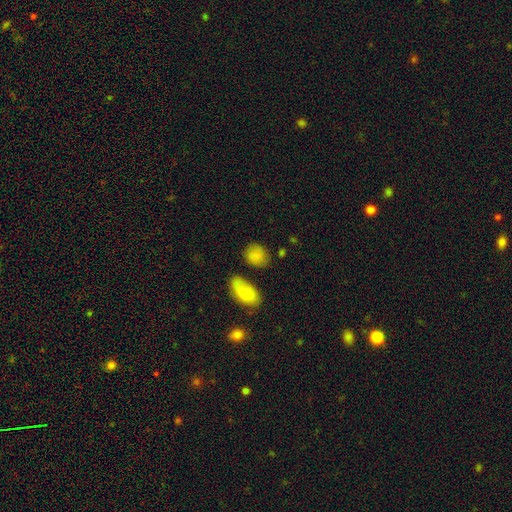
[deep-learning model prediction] Smooth or featured?
  - smooth: 83% *
  - star or artifact: 10%
  - featured or disk: 7%
How rounded?
  - in between: 51% *
  - round: 47%
  - cigar-shaped: 2%
Merging?
  - none: 66% *
  - minor disturbance: 19%
  - merger: 8%
  - major disturbance: 6%